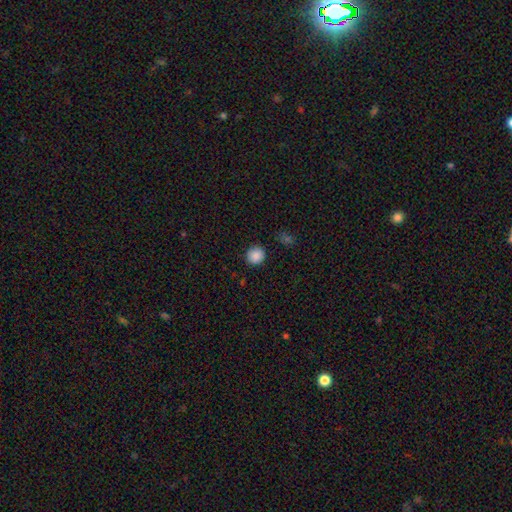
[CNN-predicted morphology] Smooth or featured: smooth — 88% (star or artifact — 9%)
How rounded: round — 90% (in between — 9%)
Merging: none — 90% (minor disturbance — 6%)